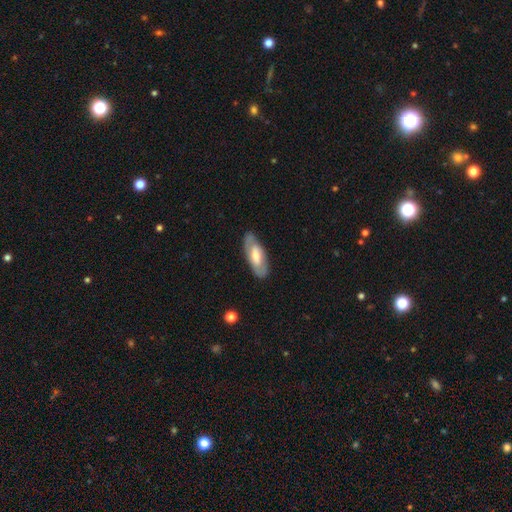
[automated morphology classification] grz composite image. It shows a featured or disk galaxy (57%). Merging: none (82%).